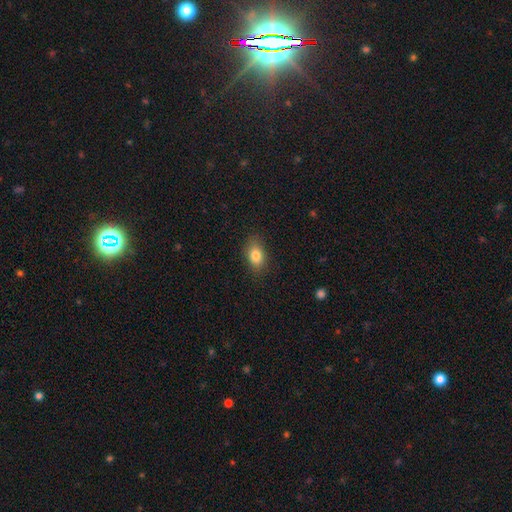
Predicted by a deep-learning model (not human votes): Smooth or featured: smooth — 82% (star or artifact — 9%)
How rounded: in between — 81% (round — 17%)
Merging: none — 84% (minor disturbance — 12%)